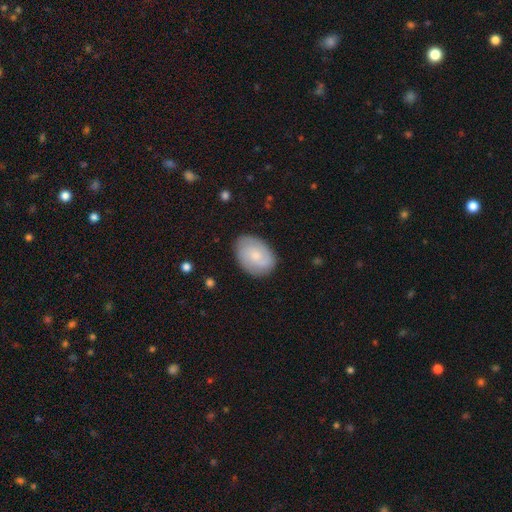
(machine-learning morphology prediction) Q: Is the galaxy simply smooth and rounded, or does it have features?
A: smooth — 51%.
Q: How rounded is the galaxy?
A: in between — 78%.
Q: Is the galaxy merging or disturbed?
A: none — 82%.